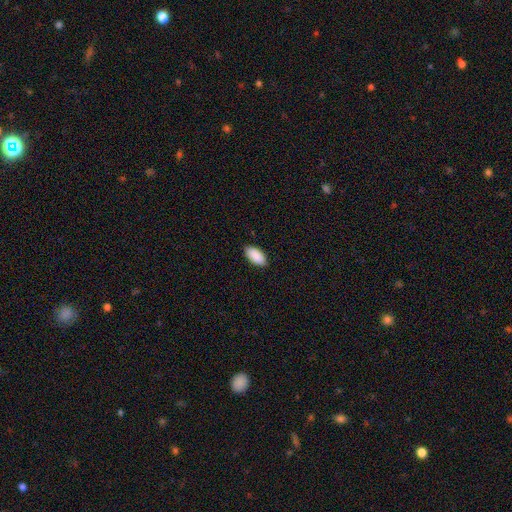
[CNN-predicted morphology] smooth-or-featured: smooth: 91% | star or artifact: 6% | featured or disk: 3%
  how-rounded: in between: 94% | cigar-shaped: 4% | round: 2%
  merging: none: 89% | minor disturbance: 9% | major disturbance: 2% | merger: 1%